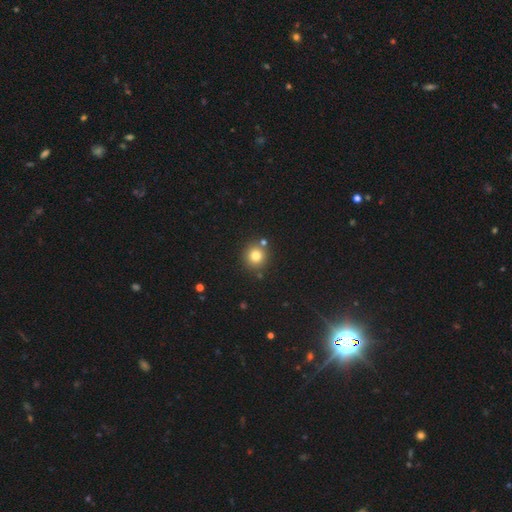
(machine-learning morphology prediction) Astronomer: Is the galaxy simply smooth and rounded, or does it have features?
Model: smooth — 80%.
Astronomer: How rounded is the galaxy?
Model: round — 92%.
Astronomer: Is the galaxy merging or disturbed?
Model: none — 82%.